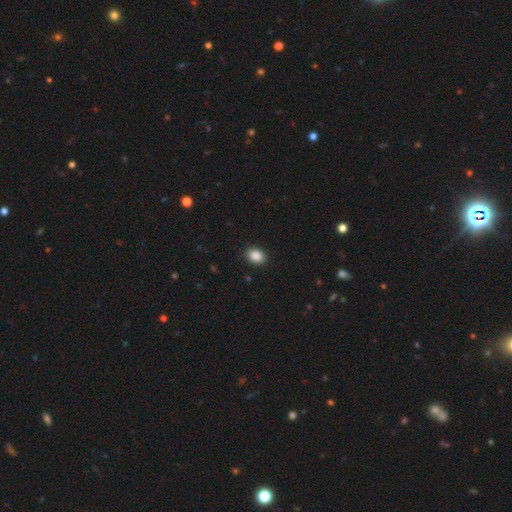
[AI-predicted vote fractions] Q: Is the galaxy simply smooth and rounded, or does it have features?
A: smooth — 88%.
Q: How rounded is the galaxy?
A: in between — 69%.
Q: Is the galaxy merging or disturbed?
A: none — 90%.